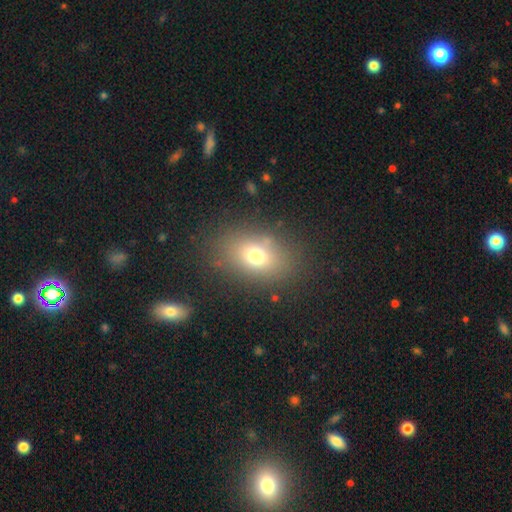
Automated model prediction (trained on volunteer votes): Smooth or featured? Predicted: smooth (p=0.72). How rounded? Predicted: in between (p=0.73). Merging? Predicted: none (p=0.81).